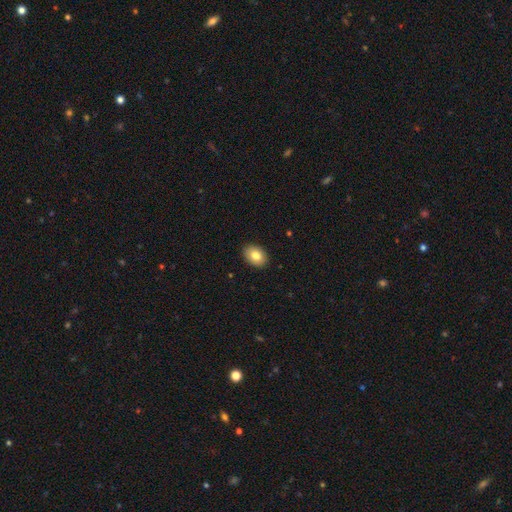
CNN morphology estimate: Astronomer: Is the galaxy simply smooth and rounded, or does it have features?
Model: smooth — 83%.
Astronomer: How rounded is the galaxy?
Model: in between — 78%.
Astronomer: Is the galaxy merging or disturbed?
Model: none — 90%.